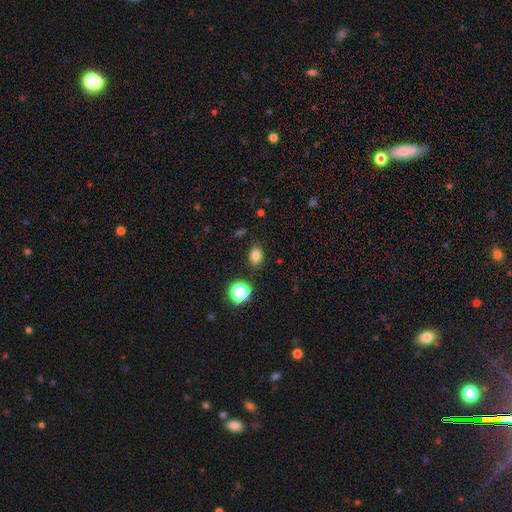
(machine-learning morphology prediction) smooth-or-featured: smooth: 80% | star or artifact: 14% | featured or disk: 6%
  how-rounded: in between: 66% | round: 33% | cigar-shaped: 1%
  merging: none: 86% | minor disturbance: 10% | major disturbance: 3% | merger: 2%